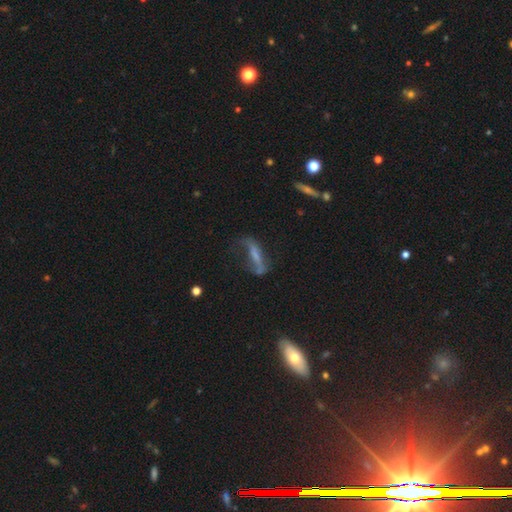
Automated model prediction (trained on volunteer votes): This is marginally a featured or disk galaxy (45%). Merging: marginally major disturbance (35%).